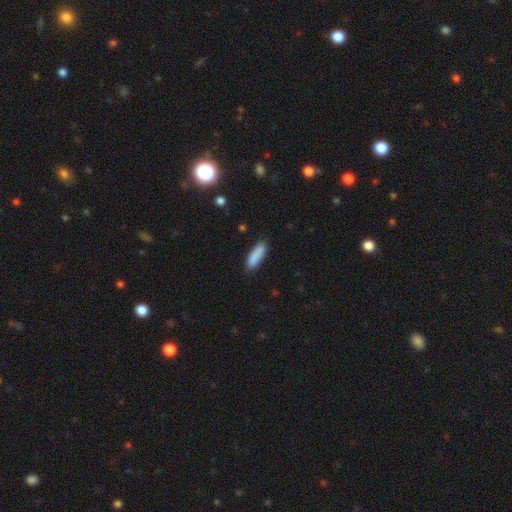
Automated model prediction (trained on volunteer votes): Q: Smooth or featured?
A: smooth (89%); runner-up: star or artifact (6%)
Q: How rounded?
A: in between (55%); runner-up: cigar-shaped (44%)
Q: Merging?
A: none (84%); runner-up: minor disturbance (12%)